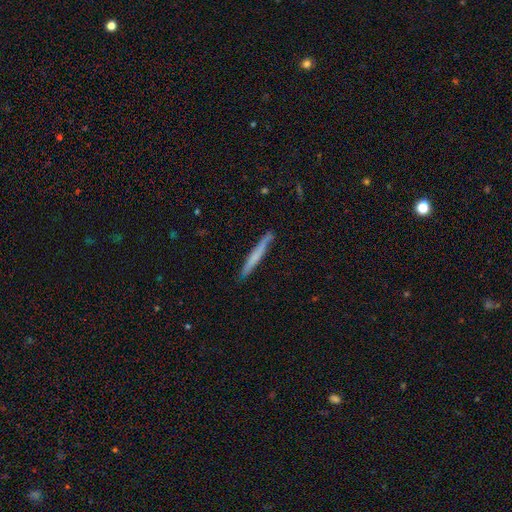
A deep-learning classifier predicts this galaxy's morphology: type=smooth (57%); roundness=cigar-shaped (97%); merging=none (89%).